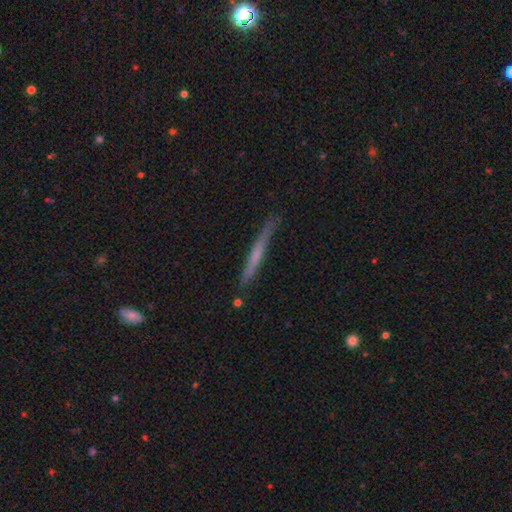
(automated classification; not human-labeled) Smooth or featured?
  - featured or disk: 53% *
  - smooth: 41%
  - star or artifact: 7%
Edge-on disk?
  - yes: 96% *
  - no: 4%
Edge-on bulge?
  - none: 63% *
  - rounded: 30%
  - boxy: 8%
Merging?
  - none: 84% *
  - minor disturbance: 12%
  - major disturbance: 2%
  - merger: 2%